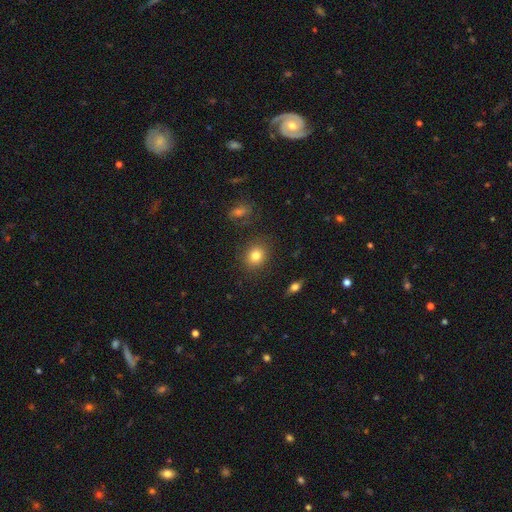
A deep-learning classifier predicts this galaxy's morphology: The model was most divided on "how rounded": round: 69%, in between: 30%, cigar-shaped: 1%. More confident: merging — none (87%); smooth or featured — smooth (81%).